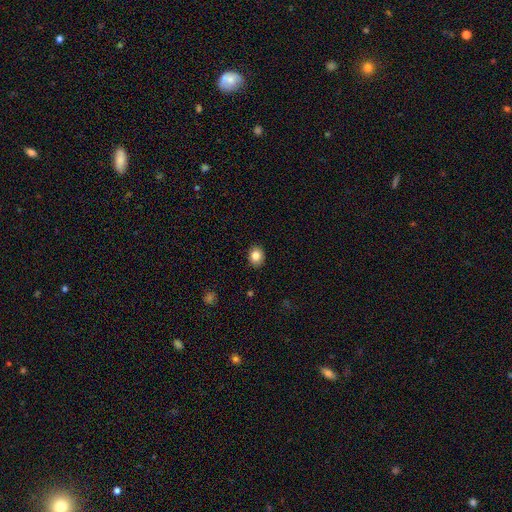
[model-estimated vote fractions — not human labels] Q: Smooth or featured?
A: smooth (84%); runner-up: star or artifact (10%)
Q: How rounded?
A: round (64%); runner-up: in between (36%)
Q: Merging?
A: none (89%); runner-up: minor disturbance (8%)